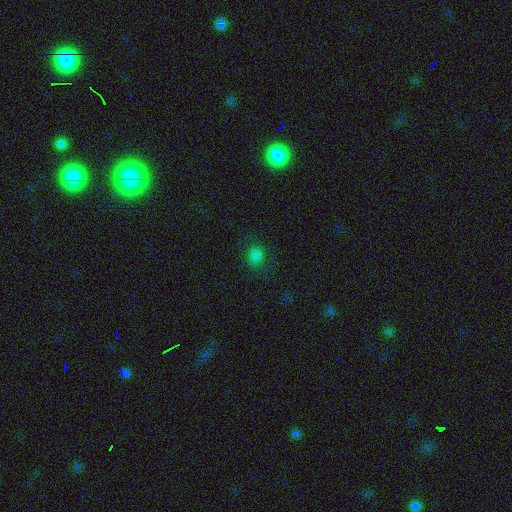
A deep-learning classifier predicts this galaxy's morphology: smooth-or-featured: smooth: 77% | star or artifact: 17% | featured or disk: 5%
  how-rounded: in between: 54% | round: 45% | cigar-shaped: 1%
  merging: none: 75% | minor disturbance: 16% | major disturbance: 8% | merger: 1%